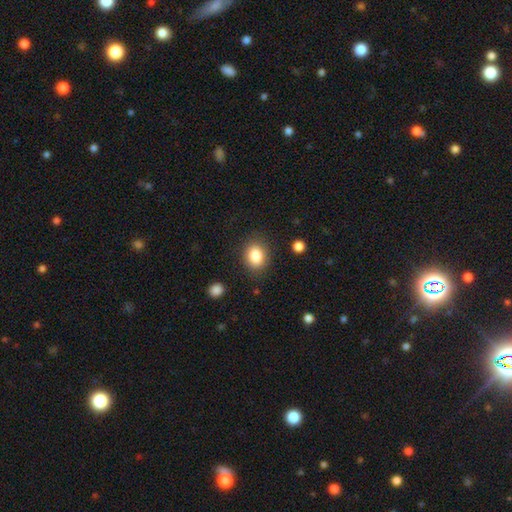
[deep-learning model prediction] Smooth or featured? smooth (85%)
How rounded? in between (56%)
Merging? none (84%)